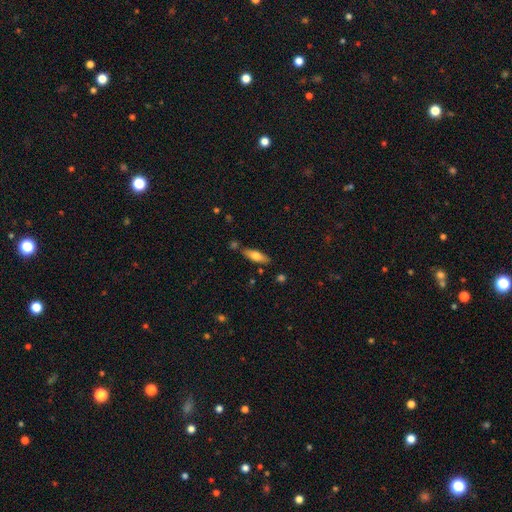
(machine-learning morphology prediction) This appears to be a smooth galaxy with no disk features (66%) that is in between round and cigar-shaped (50%). Merging: none (78%).